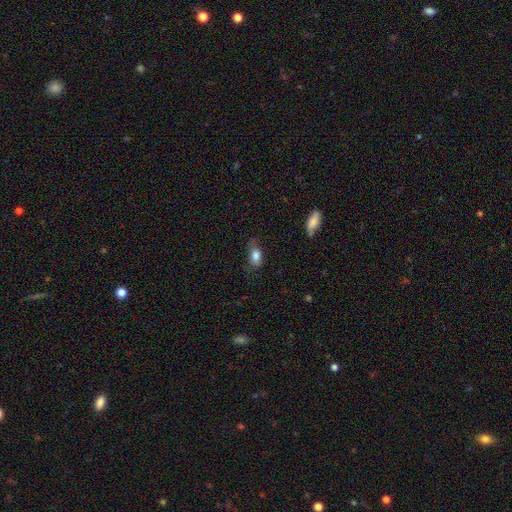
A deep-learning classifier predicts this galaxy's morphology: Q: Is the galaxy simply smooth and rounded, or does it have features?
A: smooth — 82%.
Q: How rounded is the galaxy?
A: in between — 86%.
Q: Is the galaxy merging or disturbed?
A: none — 62%.